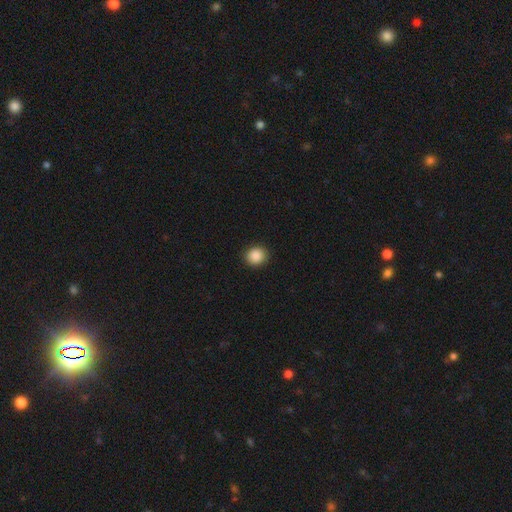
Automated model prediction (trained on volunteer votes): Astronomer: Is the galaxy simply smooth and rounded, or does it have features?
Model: smooth — 89%.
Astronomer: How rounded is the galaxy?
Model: round — 85%.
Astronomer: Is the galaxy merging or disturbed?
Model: none — 92%.